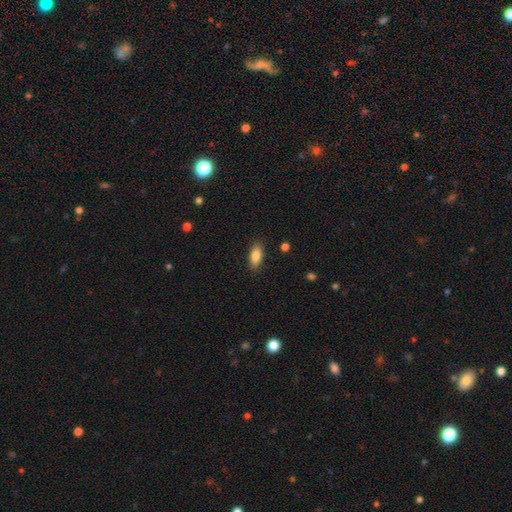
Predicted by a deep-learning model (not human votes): A smooth galaxy with no disk features (83%) that is in between round and cigar-shaped (83%).

Vote fractions:
- Smooth or featured? smooth: 83% / featured or disk: 10% / star or artifact: 7%
- How rounded? in between: 83% / cigar-shaped: 14% / round: 3%
- Merging? none: 87% / minor disturbance: 10% / major disturbance: 2% / merger: 1%